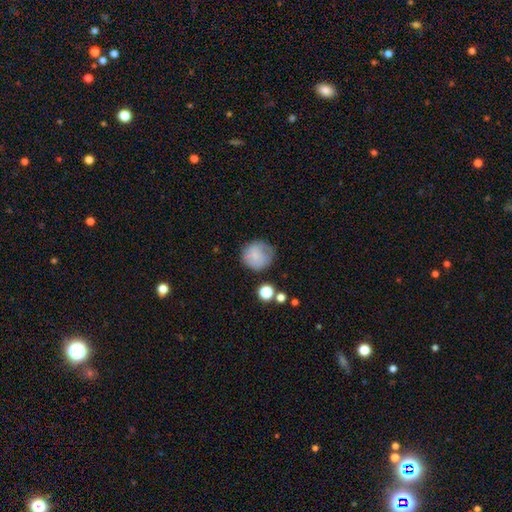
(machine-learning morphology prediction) smooth_or_featured: smooth (p=0.78) [alt: featured or disk p=0.13]
how_rounded: round (p=0.90) [alt: in between p=0.09]
merging: none (p=0.69) [alt: minor disturbance p=0.21]